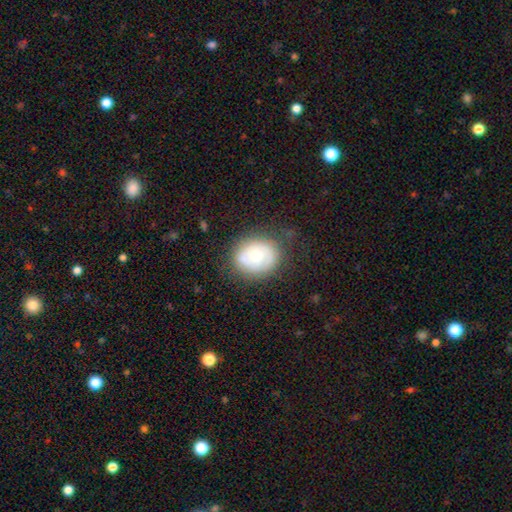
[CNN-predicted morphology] smooth_or_featured: smooth (p=0.48) [alt: featured or disk p=0.45]
merging: none (p=0.75) [alt: minor disturbance p=0.17]